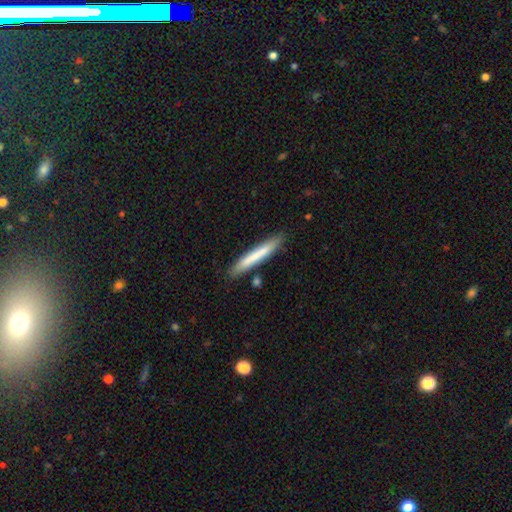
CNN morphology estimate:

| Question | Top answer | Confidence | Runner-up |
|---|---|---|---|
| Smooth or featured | smooth | 71% | featured or disk (23%) |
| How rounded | cigar-shaped | 95% | in between (4%) |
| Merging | none | 86% | minor disturbance (9%) |